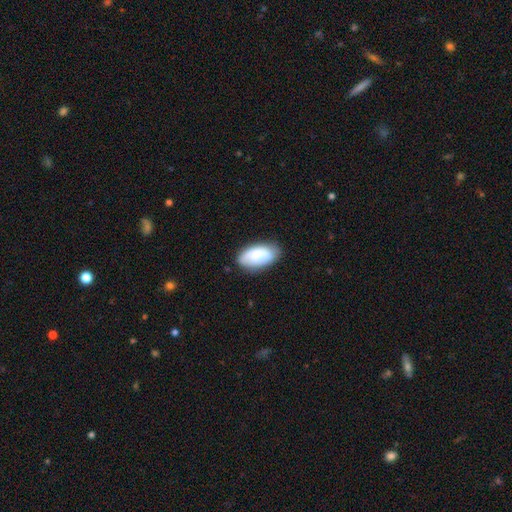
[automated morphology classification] Overall: smooth (78%). How rounded: in between (95%). Merging: none (74%).